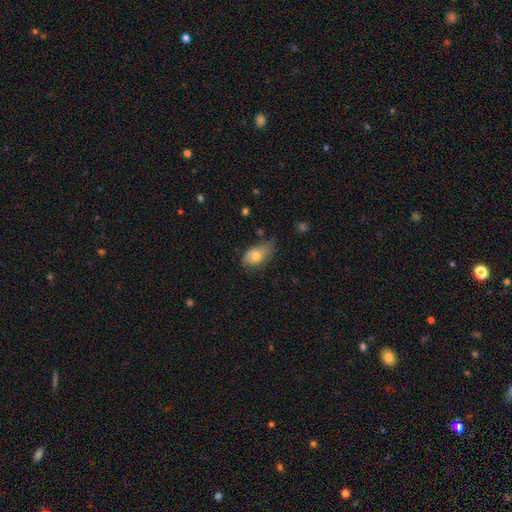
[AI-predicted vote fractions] Smooth or featured: smooth — 72% (featured or disk — 20%)
How rounded: in between — 89% (round — 8%)
Merging: none — 45% (minor disturbance — 40%)